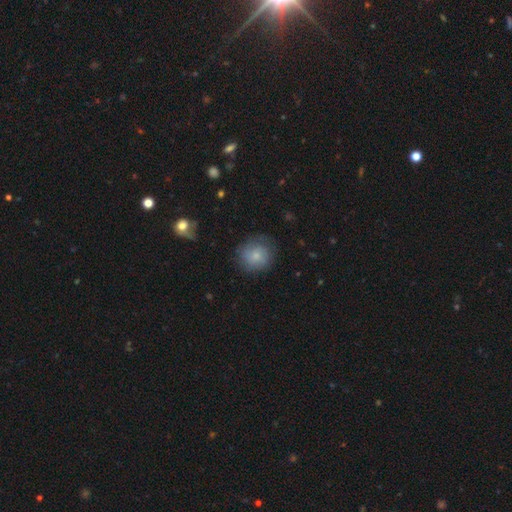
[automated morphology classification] A smooth galaxy with no disk features (79%) that is round (86%). Merging: none (74%).